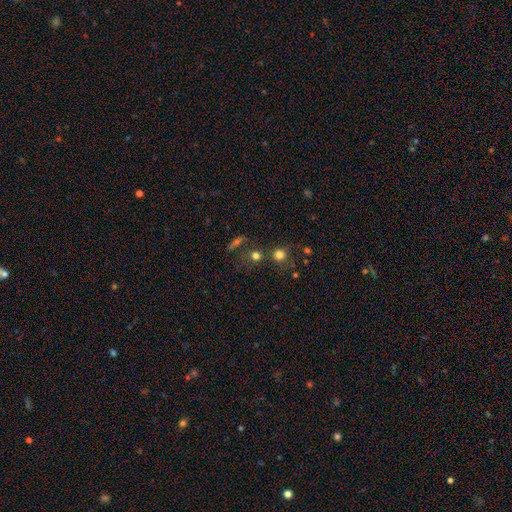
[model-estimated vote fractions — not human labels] smooth-or-featured: smooth: 71% | star or artifact: 20% | featured or disk: 9%
  how-rounded: round: 88% | in between: 10% | cigar-shaped: 2%
  merging: none: 65% | merger: 20% | minor disturbance: 9% | major disturbance: 5%